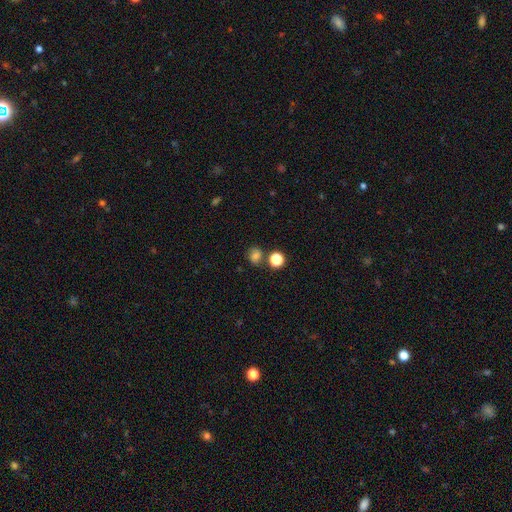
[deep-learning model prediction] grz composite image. It shows a smooth galaxy with no disk features (72%) that is round (72%). Merging: none (69%).